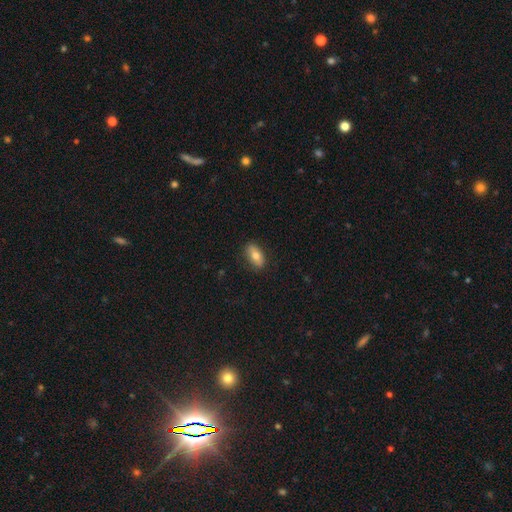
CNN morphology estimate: Smooth or featured? Predicted: smooth (p=0.73). How rounded? Predicted: in between (p=0.86). Merging? Predicted: none (p=0.85).